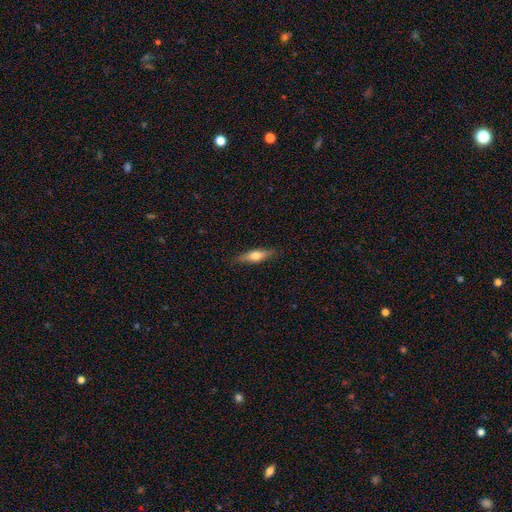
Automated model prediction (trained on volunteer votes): Smooth or featured?
  - smooth: 54% *
  - featured or disk: 40%
  - star or artifact: 6%
How rounded?
  - cigar-shaped: 65% *
  - in between: 32%
  - round: 2%
Merging?
  - none: 85% *
  - minor disturbance: 11%
  - major disturbance: 2%
  - merger: 1%